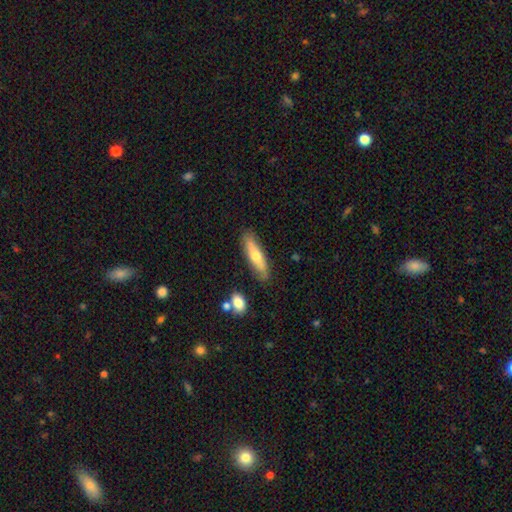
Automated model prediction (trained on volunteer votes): A smooth galaxy with no disk features (62%) that is cigar-shaped (68%).

Vote fractions:
- Smooth or featured? smooth: 62% / featured or disk: 31% / star or artifact: 6%
- How rounded? cigar-shaped: 68% / in between: 30% / round: 2%
- Merging? none: 83% / minor disturbance: 12% / merger: 2% / major disturbance: 2%